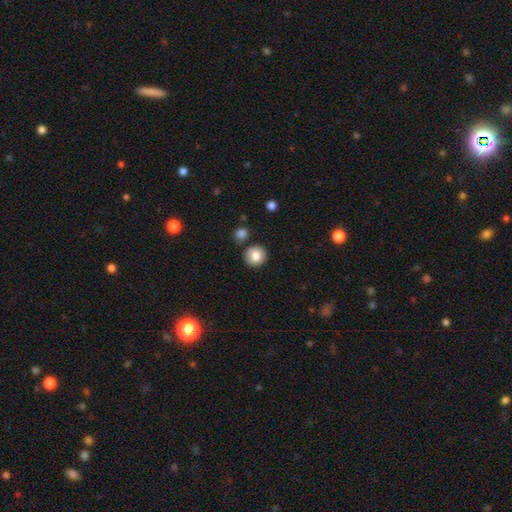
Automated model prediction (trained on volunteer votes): A smooth galaxy with no disk features (83%) that is round (91%). Merging: none (84%).